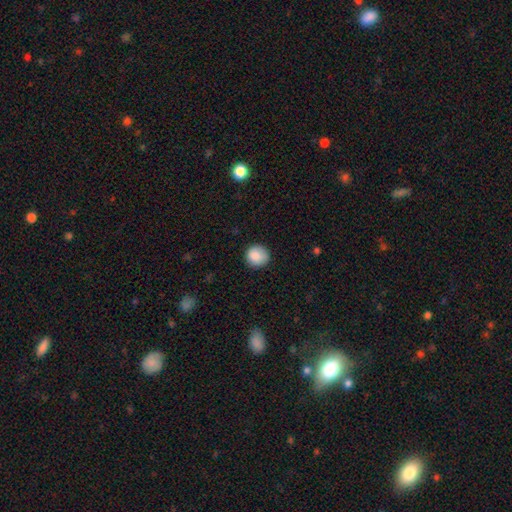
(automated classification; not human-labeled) This appears to be a smooth galaxy with no disk features (88%) that is round (93%). Merging: none (85%).